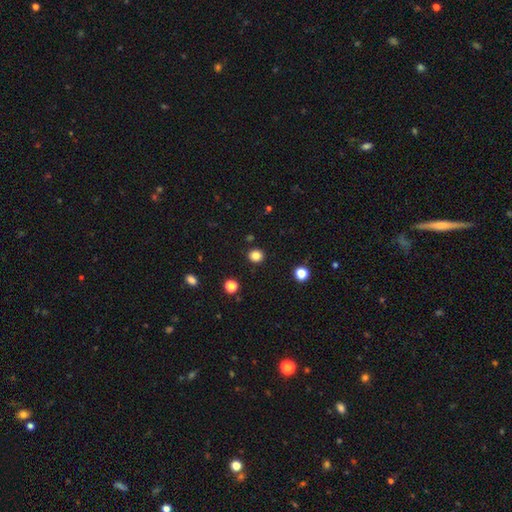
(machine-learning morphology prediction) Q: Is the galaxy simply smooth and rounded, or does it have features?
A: smooth — 83%.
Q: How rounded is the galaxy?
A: round — 87%.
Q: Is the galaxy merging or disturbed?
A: none — 91%.